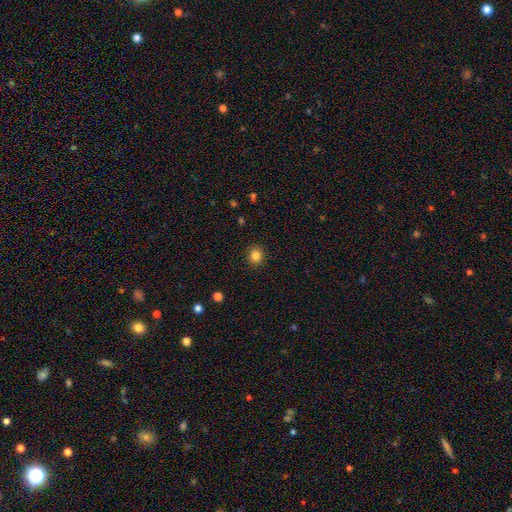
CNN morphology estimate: type=smooth (84%); roundness=round (87%); merging=none (91%).